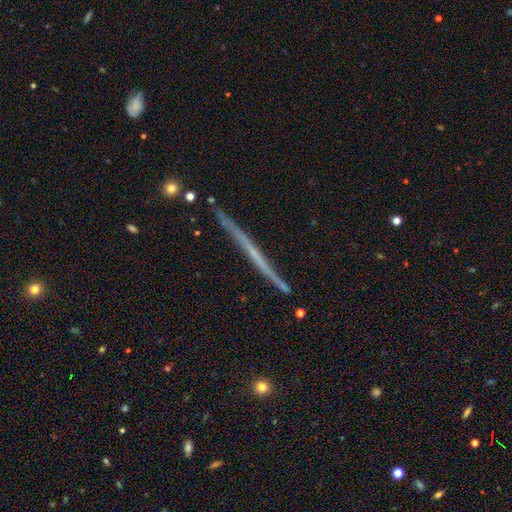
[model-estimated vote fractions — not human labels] This is likely a featured or disk galaxy (68%). It is clearly viewed edge-on (98%). Edge-on bulge: clearly none (82%). Merging: clearly none (90%).